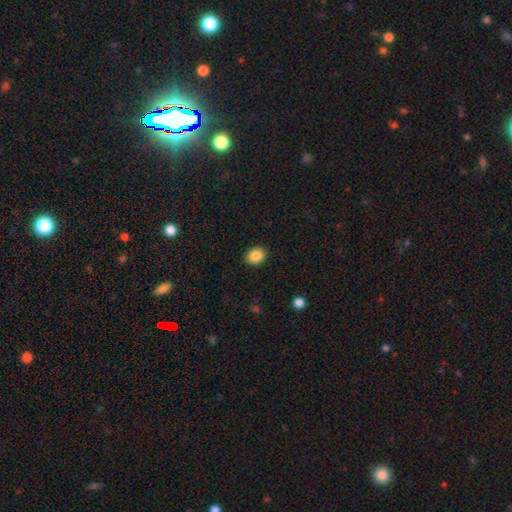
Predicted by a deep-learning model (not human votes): smooth-or-featured: smooth: 87% | star or artifact: 9% | featured or disk: 4%
  how-rounded: in between: 51% | round: 49% | cigar-shaped: 1%
  merging: none: 90% | minor disturbance: 7% | major disturbance: 2% | merger: 1%